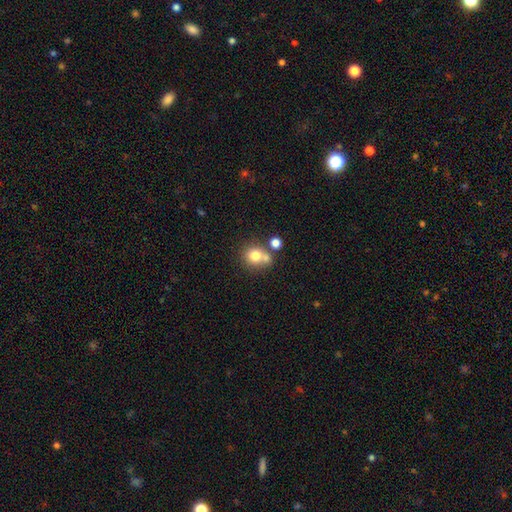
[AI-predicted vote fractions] Smooth or featured? Predicted: smooth (p=0.76). How rounded? Predicted: round (p=0.82). Merging? Predicted: none (p=0.51).